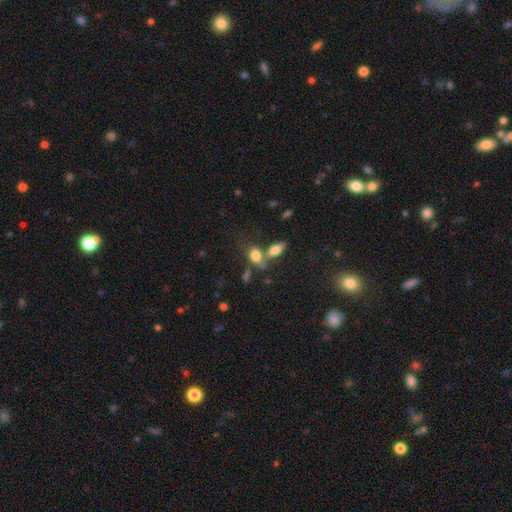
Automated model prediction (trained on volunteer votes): A smooth galaxy with no disk features (78%) that is in between round and cigar-shaped (76%).

Vote fractions:
- Smooth or featured? smooth: 78% / featured or disk: 12% / star or artifact: 10%
- How rounded? in between: 76% / round: 19% / cigar-shaped: 5%
- Merging? merger: 45% / none: 38% / minor disturbance: 12% / major disturbance: 6%